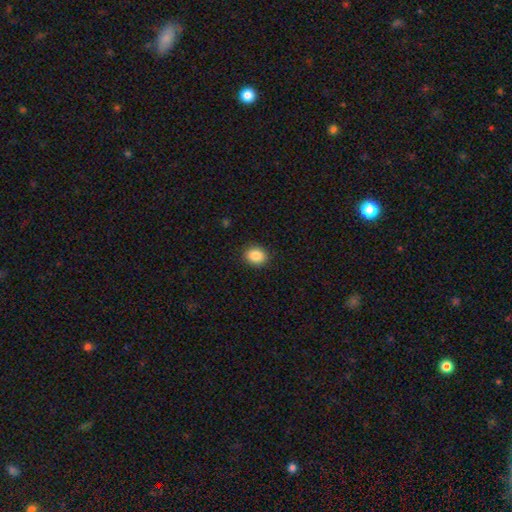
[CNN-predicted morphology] The model was most divided on "how rounded": round: 56%, in between: 43%, cigar-shaped: 1%. More confident: merging — none (89%); smooth or featured — smooth (88%).